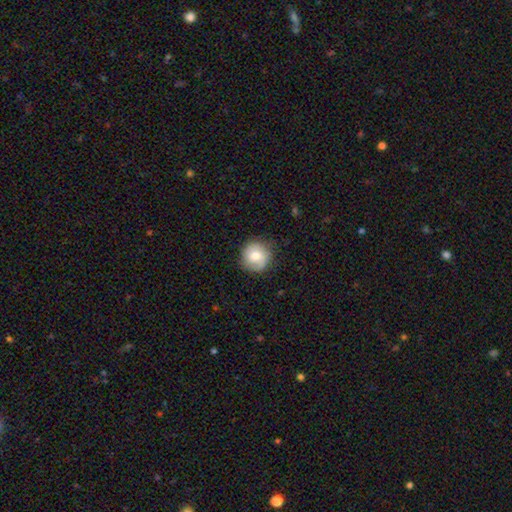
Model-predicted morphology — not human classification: Smooth or featured: smooth — 58% (featured or disk — 35%)
How rounded: round — 91% (in between — 8%)
Merging: none — 80% (minor disturbance — 15%)